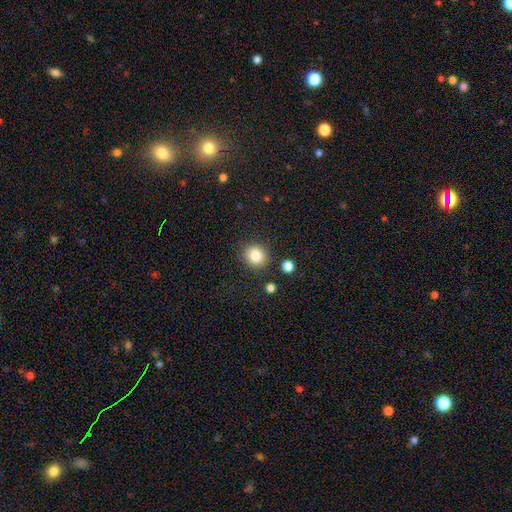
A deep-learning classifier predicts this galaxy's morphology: This appears to be a smooth galaxy with no disk features (84%) that is round (90%). Merging: none (87%).